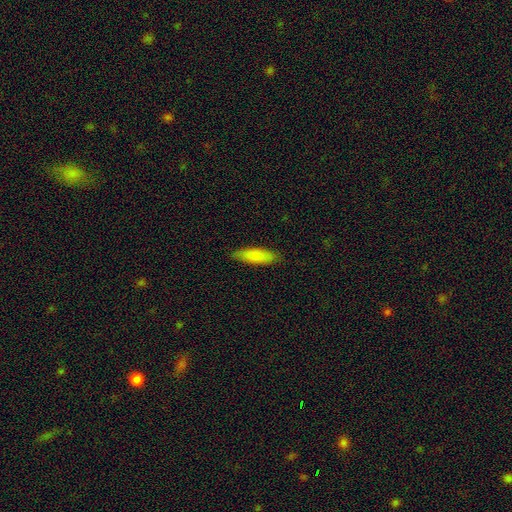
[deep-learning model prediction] smooth_or_featured: smooth (p=0.85) [alt: featured or disk p=0.09]
how_rounded: cigar-shaped (p=0.50) [alt: in between p=0.49]
merging: none (p=0.84) [alt: minor disturbance p=0.12]